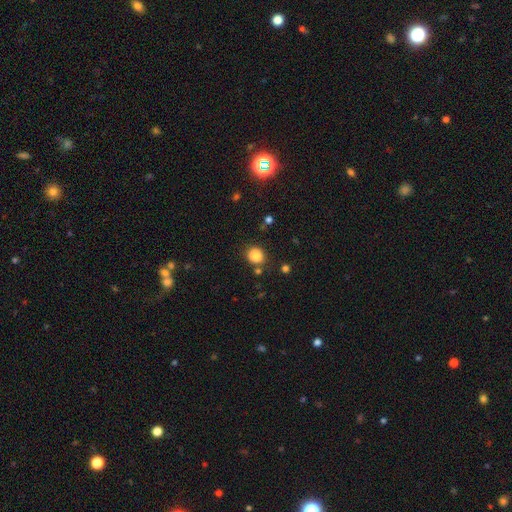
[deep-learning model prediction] smooth 83%, star or artifact 12%, featured or disk 6%. Down the decision tree: how rounded — round (80%); merging — none (79%).